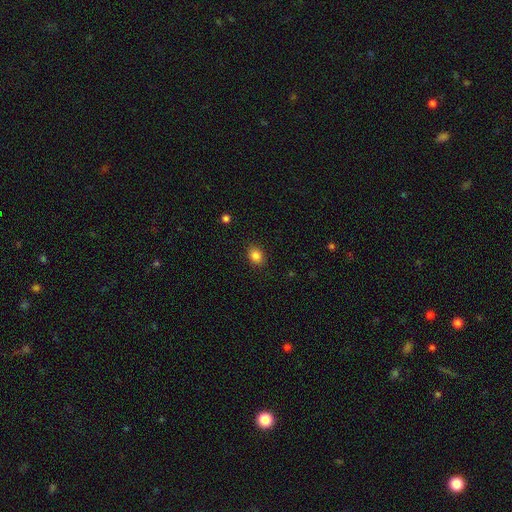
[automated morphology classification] Smooth or featured? Predicted: smooth (p=0.85). How rounded? Predicted: in between (p=0.58). Merging? Predicted: none (p=0.88).